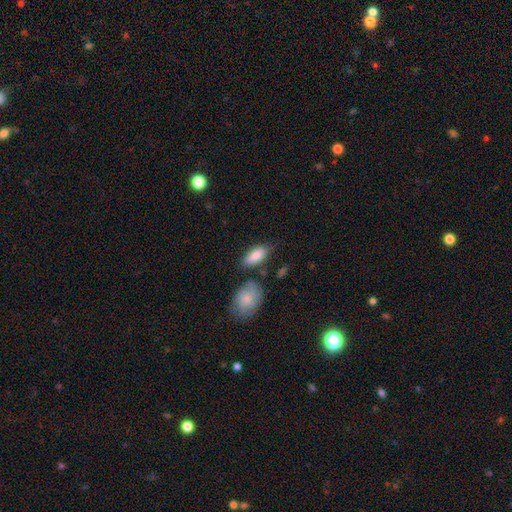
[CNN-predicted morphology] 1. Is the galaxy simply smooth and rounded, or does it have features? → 85% smooth, 9% featured or disk, 6% star or artifact.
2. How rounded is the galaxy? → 89% in between, 9% cigar-shaped, 3% round.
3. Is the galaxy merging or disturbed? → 70% none, 17% minor disturbance, 8% merger, 5% major disturbance.